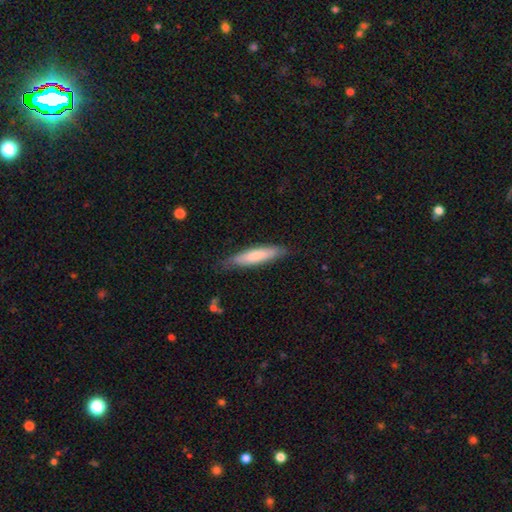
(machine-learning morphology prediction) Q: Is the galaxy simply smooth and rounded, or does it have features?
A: smooth — 75%.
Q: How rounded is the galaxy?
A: cigar-shaped — 81%.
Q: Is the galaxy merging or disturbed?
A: none — 81%.